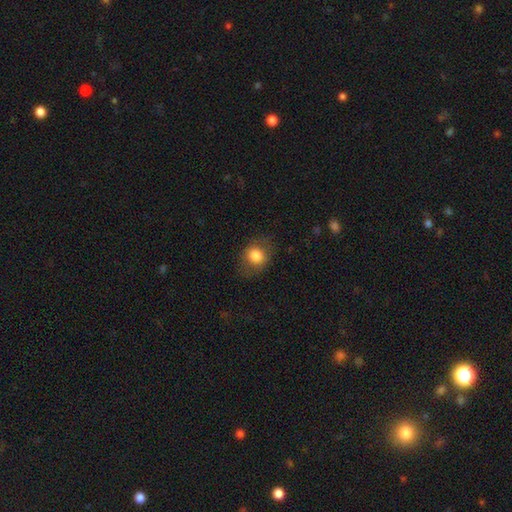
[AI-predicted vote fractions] Smooth or featured? smooth (82%)
How rounded? round (60%)
Merging? none (76%)